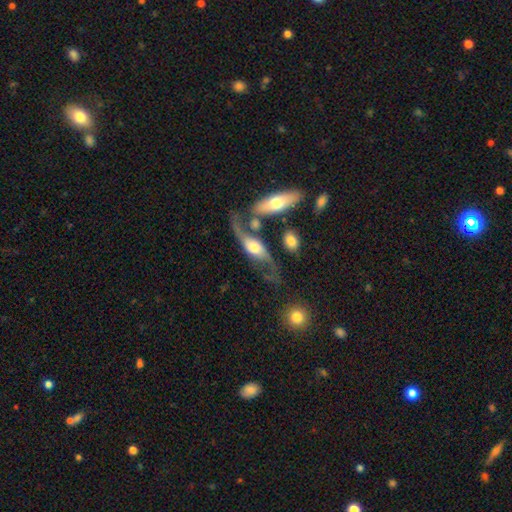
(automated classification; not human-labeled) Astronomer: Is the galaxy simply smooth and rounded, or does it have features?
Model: featured or disk — 72%.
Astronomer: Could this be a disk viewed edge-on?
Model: yes — 54% (runner-up: no, 46%).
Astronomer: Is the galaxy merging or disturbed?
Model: none — 46% (runner-up: merger, 29%).